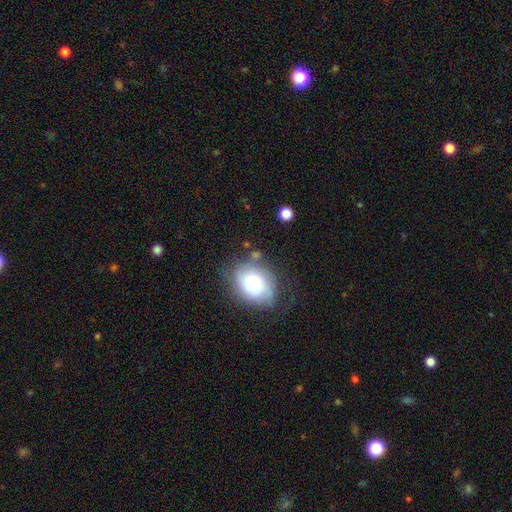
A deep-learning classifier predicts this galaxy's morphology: type=smooth (61%); roundness=in between (57%); merging=none (59%).